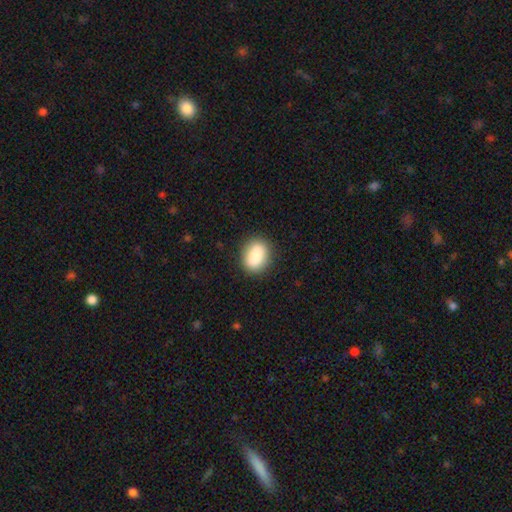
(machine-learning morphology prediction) A smooth galaxy with no disk features (83%) that is in between round and cigar-shaped (65%). Merging: none (86%).